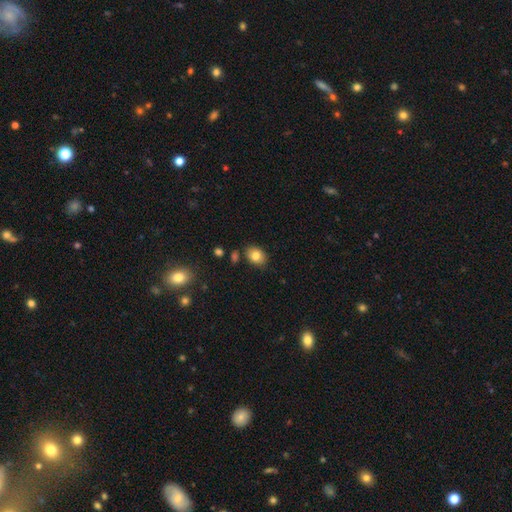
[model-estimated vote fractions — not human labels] Smooth or featured: smooth — 82% (star or artifact — 9%)
How rounded: in between — 67% (round — 32%)
Merging: none — 82% (minor disturbance — 12%)